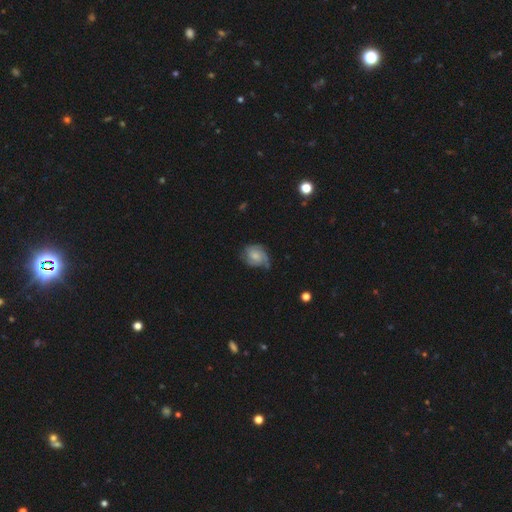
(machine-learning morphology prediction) This is likely a featured or disk galaxy (61%). It is clearly not viewed edge-on (97%). Bar: likely no (71%). Spiral arm pattern: clearly yes (91%). Spiral arm count: marginally 3 (29%, tied with 2). Spiral winding: possibly tight (49%). Central bulge: marginally moderate (40%). Merging: possibly none (59%).